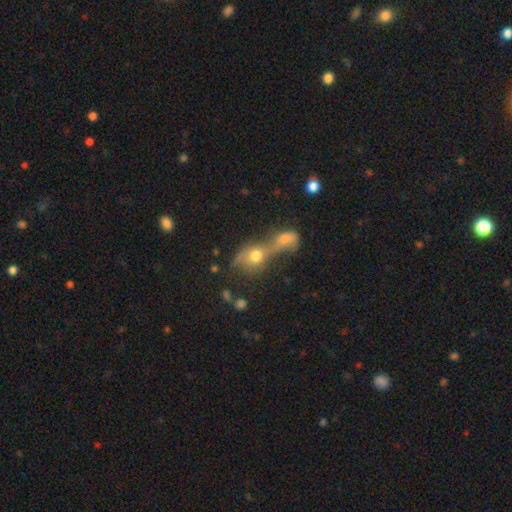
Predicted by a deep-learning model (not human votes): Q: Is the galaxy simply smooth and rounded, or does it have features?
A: smooth — 59%.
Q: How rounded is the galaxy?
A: round — 56%.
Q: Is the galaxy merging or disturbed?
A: merger — 70%.